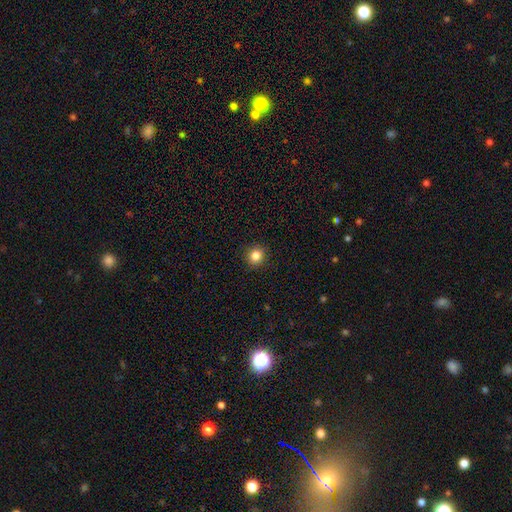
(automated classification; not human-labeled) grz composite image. It shows a smooth galaxy with no disk features (84%) that is round (89%). Merging: none (92%).